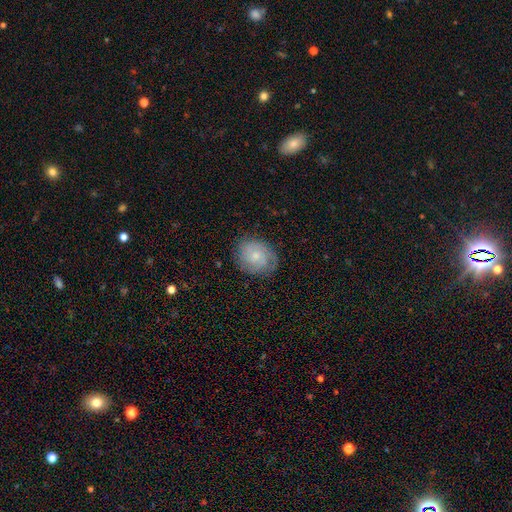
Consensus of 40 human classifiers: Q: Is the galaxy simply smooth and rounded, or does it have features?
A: featured or disk — 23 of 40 (57%).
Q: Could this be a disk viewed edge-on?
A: no — 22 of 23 (96%).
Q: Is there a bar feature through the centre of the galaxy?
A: no — 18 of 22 (82%).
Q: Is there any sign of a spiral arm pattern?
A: yes — 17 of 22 (77%).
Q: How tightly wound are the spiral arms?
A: tight — 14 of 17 (82%).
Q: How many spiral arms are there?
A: can't tell — 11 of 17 (65%).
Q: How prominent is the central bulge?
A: small — 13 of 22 (59%).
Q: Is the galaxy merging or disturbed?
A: none — 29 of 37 (78%).